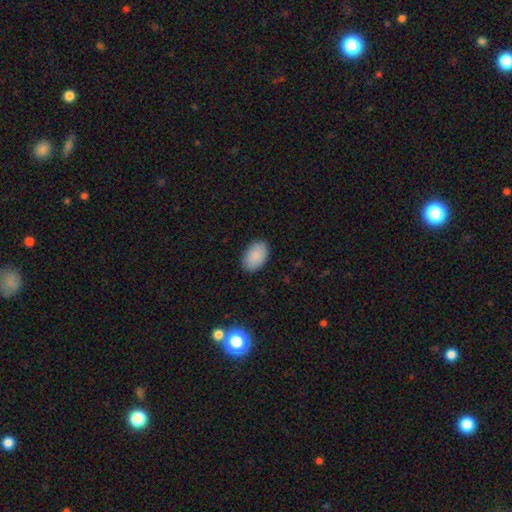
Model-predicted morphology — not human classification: A smooth galaxy with no disk features (90%) that is in between round and cigar-shaped (89%). Merging: none (86%).